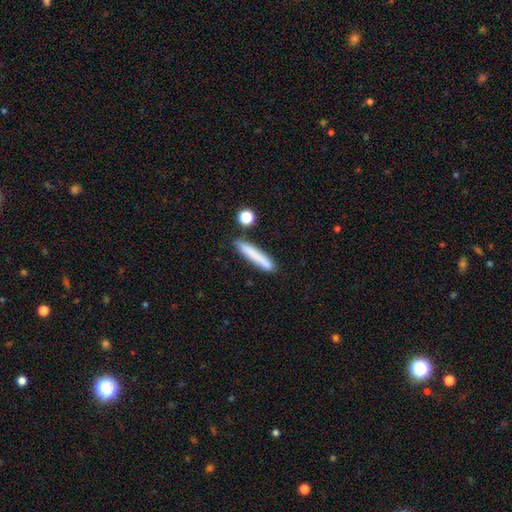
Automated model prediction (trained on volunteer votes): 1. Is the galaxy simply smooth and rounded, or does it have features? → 76% smooth, 16% featured or disk, 8% star or artifact.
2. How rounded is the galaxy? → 92% cigar-shaped, 6% in between, 2% round.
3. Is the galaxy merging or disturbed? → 80% none, 12% minor disturbance, 5% merger, 3% major disturbance.